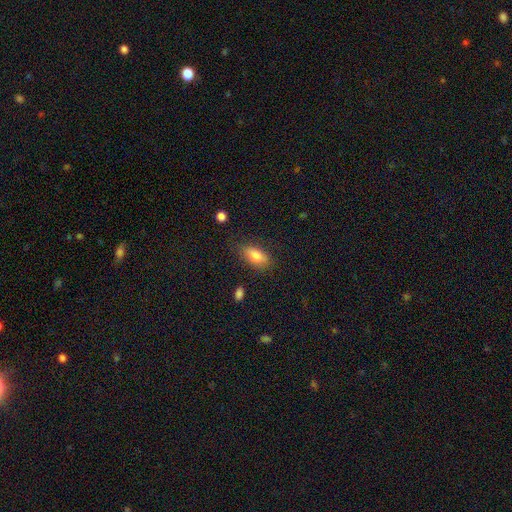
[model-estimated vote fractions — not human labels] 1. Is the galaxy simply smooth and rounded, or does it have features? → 81% smooth, 11% featured or disk, 8% star or artifact.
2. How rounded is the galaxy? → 85% in between, 10% cigar-shaped, 4% round.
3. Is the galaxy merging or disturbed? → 77% none, 17% minor disturbance, 4% major disturbance, 2% merger.